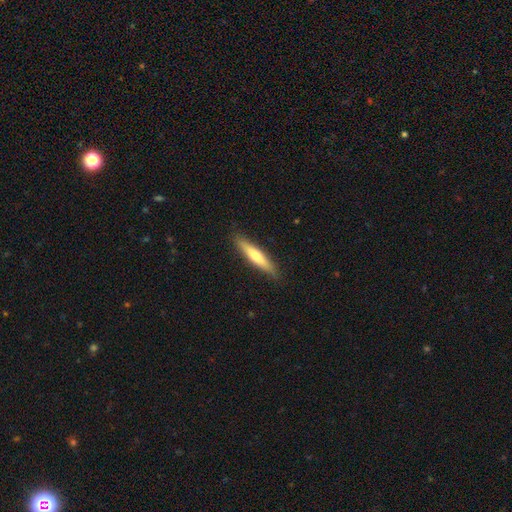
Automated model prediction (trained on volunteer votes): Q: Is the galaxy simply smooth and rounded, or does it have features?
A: smooth — 56%.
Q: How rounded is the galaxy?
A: cigar-shaped — 88%.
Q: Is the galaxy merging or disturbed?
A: none — 89%.